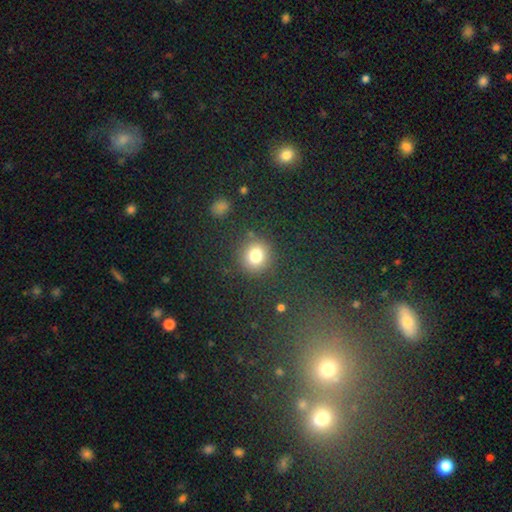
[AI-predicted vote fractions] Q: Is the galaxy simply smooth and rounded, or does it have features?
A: smooth — 79%.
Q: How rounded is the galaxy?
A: round — 90%.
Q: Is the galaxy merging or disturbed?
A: none — 86%.